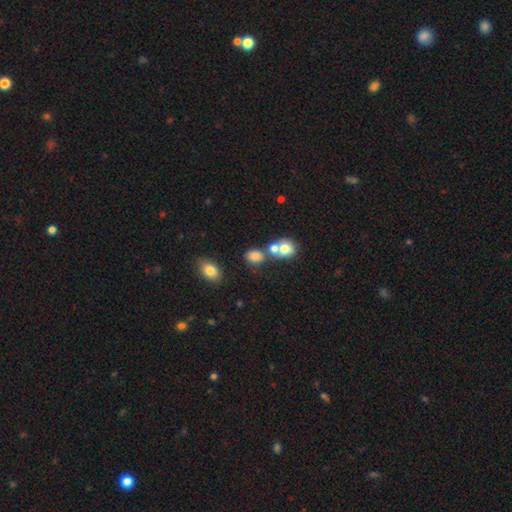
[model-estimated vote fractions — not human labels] smooth 79%, star or artifact 12%, featured or disk 9%. Down the decision tree: how rounded — in between (58%); merging — none (43%).